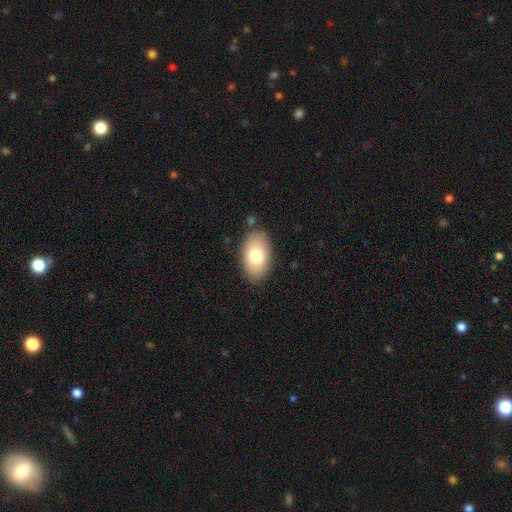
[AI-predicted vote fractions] This appears to be a smooth galaxy with no disk features (75%) that is in between round and cigar-shaped (92%). Merging: none (84%).